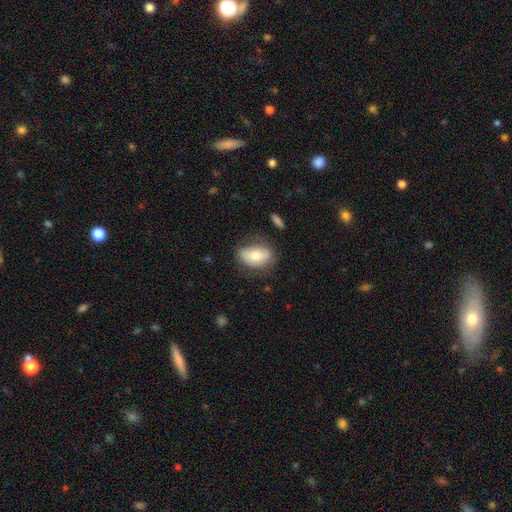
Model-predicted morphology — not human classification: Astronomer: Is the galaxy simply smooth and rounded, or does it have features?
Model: smooth — 68%.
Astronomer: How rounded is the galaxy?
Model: in between — 86%.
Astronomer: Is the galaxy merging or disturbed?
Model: none — 70%.